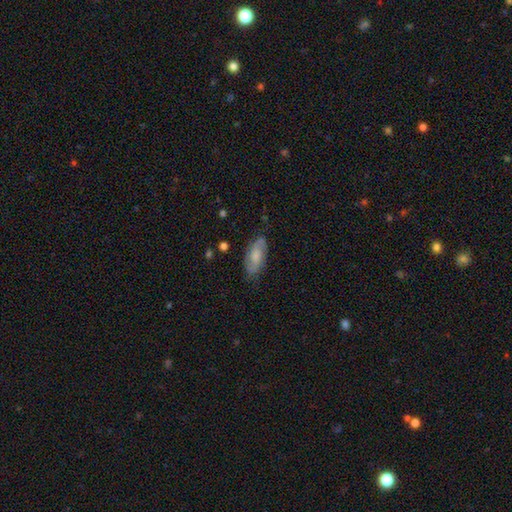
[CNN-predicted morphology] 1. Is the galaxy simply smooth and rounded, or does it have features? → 56% featured or disk, 37% smooth, 7% star or artifact.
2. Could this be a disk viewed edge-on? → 91% no, 9% yes.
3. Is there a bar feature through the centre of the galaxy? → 58% no, 35% weak, 7% strong.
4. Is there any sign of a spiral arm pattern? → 89% yes, 11% no.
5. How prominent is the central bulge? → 34% moderate, 23% none, 22% small, 18% large, 2% dominant.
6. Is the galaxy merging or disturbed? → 78% none, 16% minor disturbance, 4% major disturbance, 1% merger.